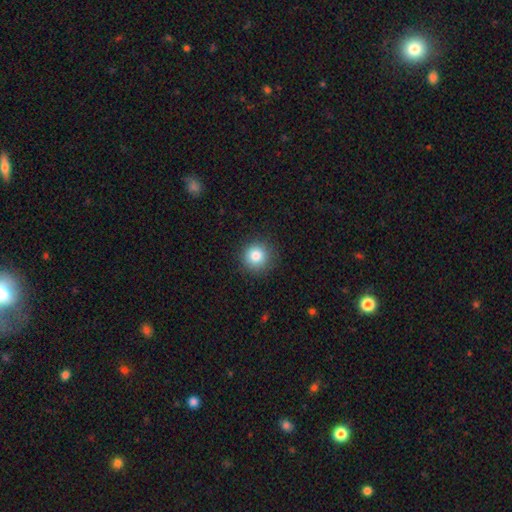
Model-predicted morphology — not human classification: smooth_or_featured: smooth (p=0.83) [alt: star or artifact p=0.11]
how_rounded: round (p=0.94) [alt: in between p=0.05]
merging: none (p=0.89) [alt: minor disturbance p=0.07]